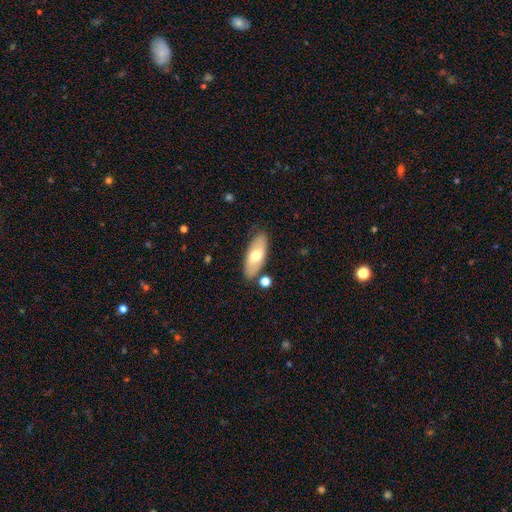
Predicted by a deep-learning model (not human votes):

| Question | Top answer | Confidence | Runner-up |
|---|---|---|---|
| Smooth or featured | smooth | 63% | featured or disk (31%) |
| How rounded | in between | 80% | cigar-shaped (17%) |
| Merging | none | 82% | minor disturbance (12%) |